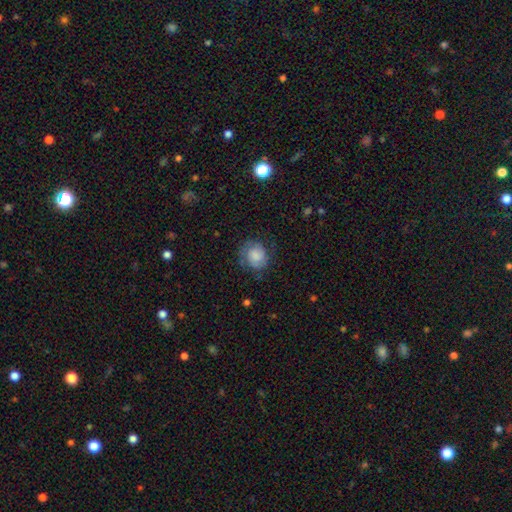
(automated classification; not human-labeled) smooth-or-featured: smooth: 46% | featured or disk: 45% | star or artifact: 9%
  merging: none: 69% | minor disturbance: 20% | major disturbance: 10% | merger: 1%